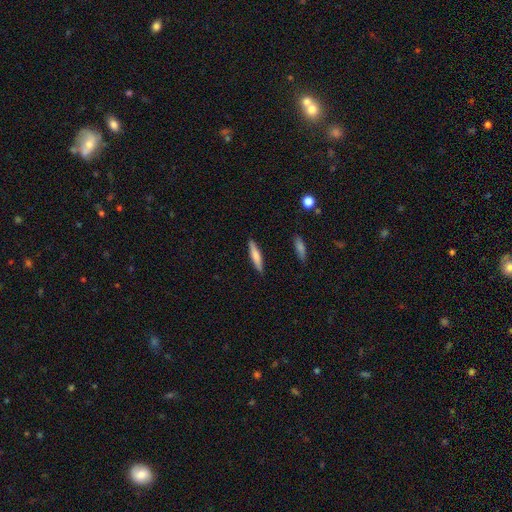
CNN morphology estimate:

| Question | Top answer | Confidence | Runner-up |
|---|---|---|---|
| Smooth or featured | smooth | 69% | featured or disk (25%) |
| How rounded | cigar-shaped | 84% | in between (15%) |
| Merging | none | 89% | minor disturbance (8%) |